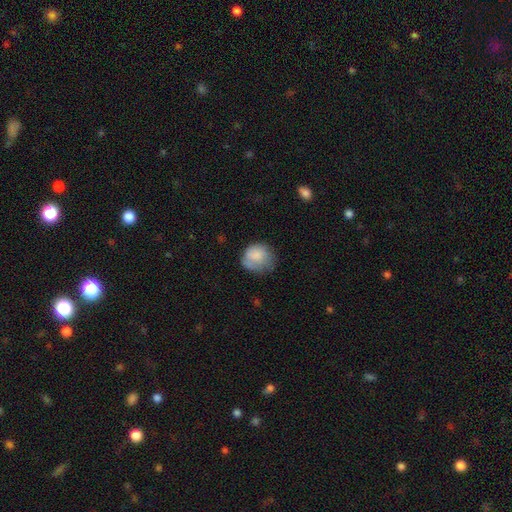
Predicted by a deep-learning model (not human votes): A smooth galaxy with no disk features (78%) that is round (73%). Merging: none (49%).